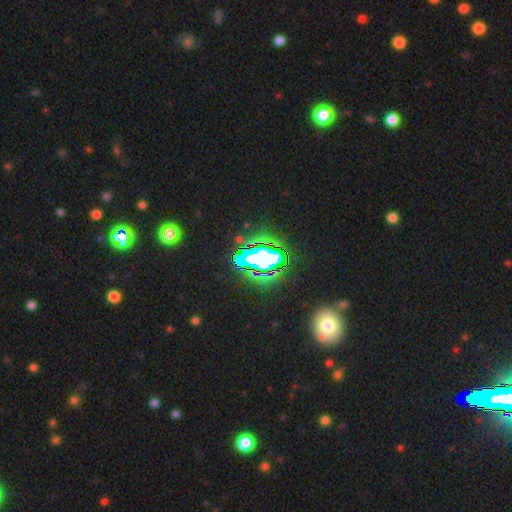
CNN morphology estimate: star or artifact 74%, smooth 13%, featured or disk 13%.